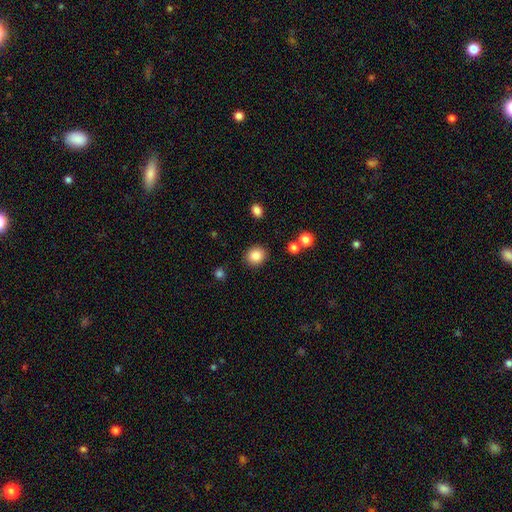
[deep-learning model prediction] A smooth galaxy with no disk features (86%) that is round (82%). Merging: none (88%).